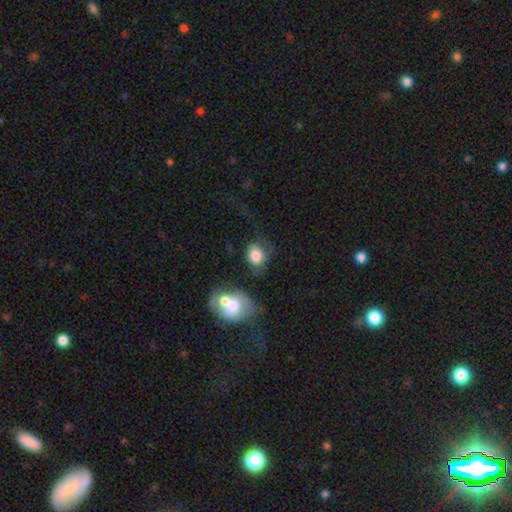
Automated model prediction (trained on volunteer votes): This is likely a smooth galaxy (79%). How rounded: possibly round (59%). Merging: possibly none (46%).